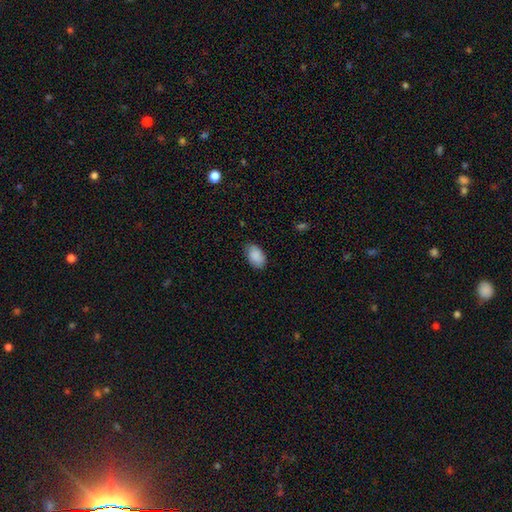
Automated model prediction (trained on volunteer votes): This appears to be a smooth galaxy with no disk features (90%) that is in between round and cigar-shaped (90%). Merging: none (77%).